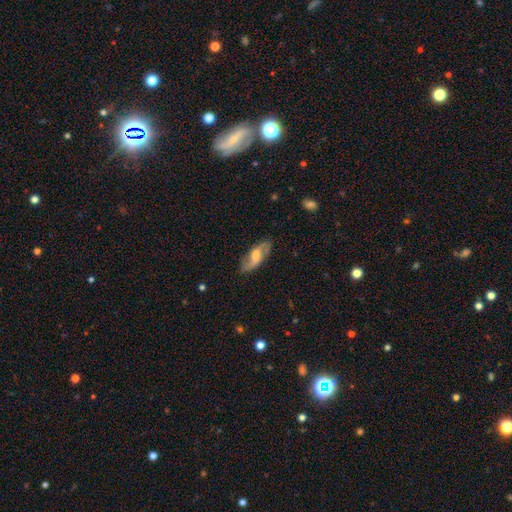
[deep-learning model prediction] The model was most divided on "bar": weak: 48%, no: 33%, strong: 18%. More confident: edge-on disk — no (87%); spiral arms — yes (85%); merging — none (80%); smooth or featured — featured or disk (64%); bulge size — moderate (56%).